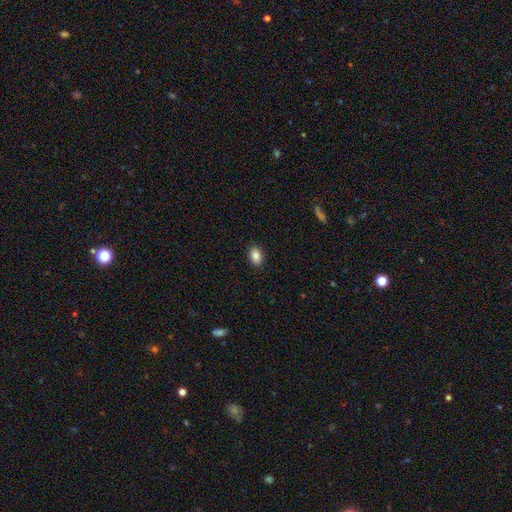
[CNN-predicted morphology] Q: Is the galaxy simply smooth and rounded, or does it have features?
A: smooth — 87%.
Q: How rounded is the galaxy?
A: in between — 81%.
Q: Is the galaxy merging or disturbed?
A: none — 89%.